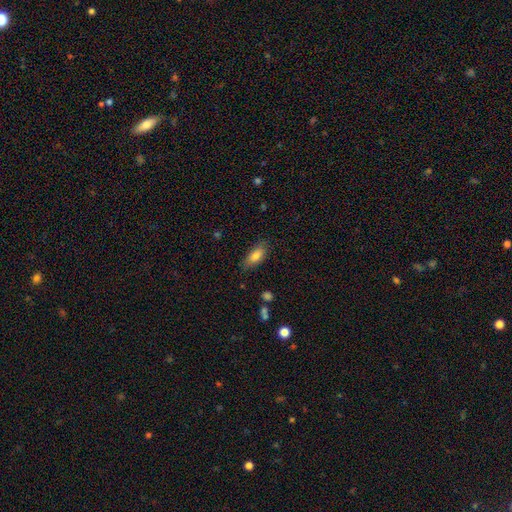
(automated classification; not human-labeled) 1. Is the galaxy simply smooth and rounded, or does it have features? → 81% smooth, 12% featured or disk, 7% star or artifact.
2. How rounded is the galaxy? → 82% in between, 15% cigar-shaped, 3% round.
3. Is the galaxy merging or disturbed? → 78% none, 17% minor disturbance, 4% major disturbance, 2% merger.